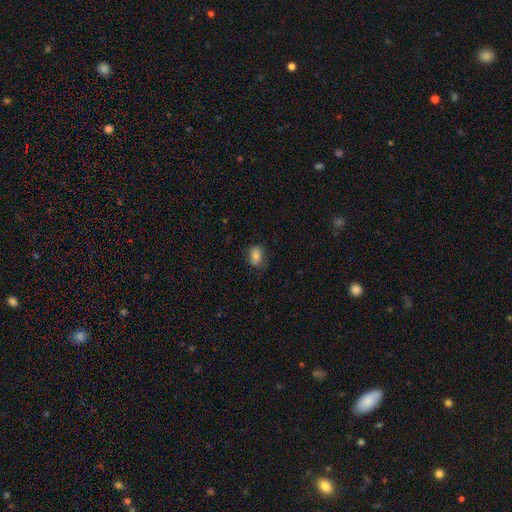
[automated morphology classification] A smooth galaxy with no disk features (78%) that is in between round and cigar-shaped (71%).

Vote fractions:
- Smooth or featured? smooth: 78% / featured or disk: 13% / star or artifact: 10%
- How rounded? in between: 71% / round: 27% / cigar-shaped: 2%
- Merging? none: 71% / minor disturbance: 22% / major disturbance: 5% / merger: 1%